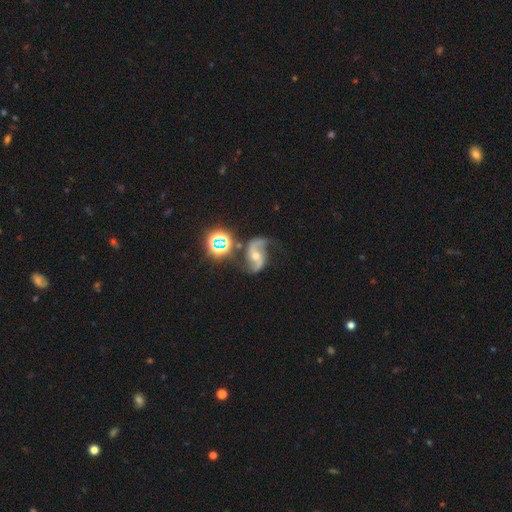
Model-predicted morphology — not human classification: A featured or disk galaxy (85%) with no bar (49%), 2 (93%) loose (63%) spiral arms (97%) and a moderate central bulge (54%).

Vote fractions:
- Smooth or featured? featured or disk: 85% / star or artifact: 9% / smooth: 5%
- Edge-on disk? no: 98% / yes: 2%
- Bar? no: 49% / weak: 33% / strong: 18%
- Spiral arms? yes: 97% / no: 3%
- Spiral winding? loose: 63% / medium: 30% / tight: 7%
- Spiral arm count? 2: 93% / 1: 2% / can't tell: 2% / 3: 1% / 4: 1% / more than 4: 1%
- Bulge size? moderate: 54% / small: 41% / large: 2% / none: 2% / dominant: 1%
- Merging? none: 68% / minor disturbance: 18% / major disturbance: 10% / merger: 5%